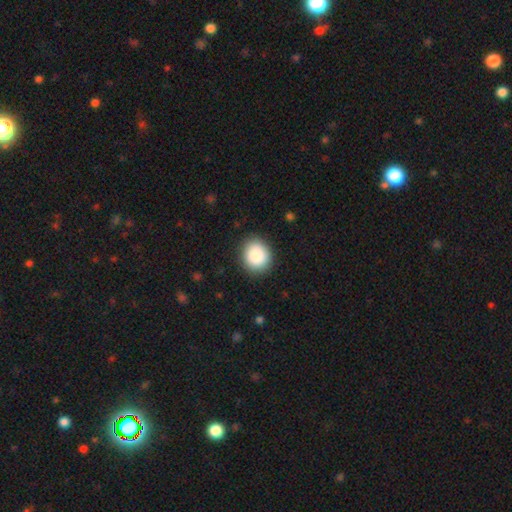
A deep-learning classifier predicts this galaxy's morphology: A smooth galaxy with no disk features (87%) that is round (70%).

Vote fractions:
- Smooth or featured? smooth: 87% / star or artifact: 8% / featured or disk: 5%
- How rounded? round: 70% / in between: 29% / cigar-shaped: 1%
- Merging? none: 88% / minor disturbance: 9% / major disturbance: 2% / merger: 1%